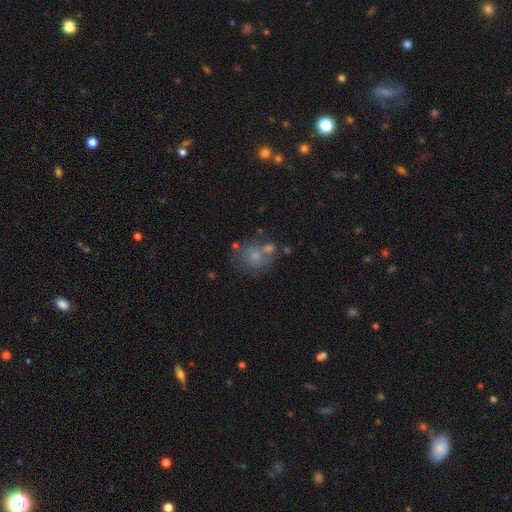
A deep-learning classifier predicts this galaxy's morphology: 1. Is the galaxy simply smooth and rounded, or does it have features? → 61% smooth, 26% featured or disk, 13% star or artifact.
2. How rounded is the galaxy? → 74% round, 25% in between, 1% cigar-shaped.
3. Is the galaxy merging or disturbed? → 44% none, 30% merger, 16% minor disturbance, 10% major disturbance.